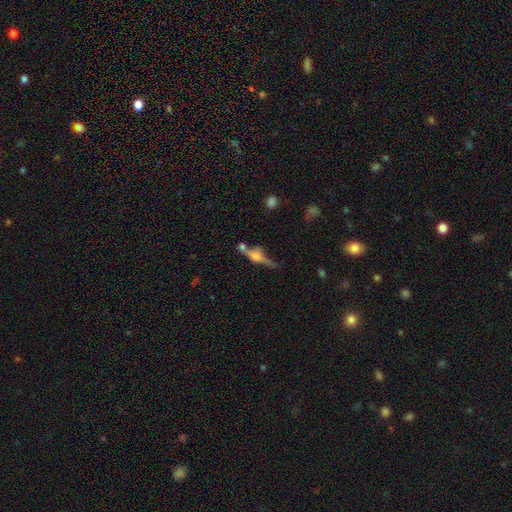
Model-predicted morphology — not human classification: A featured or disk galaxy (70%) viewed edge-on (93%) with a rounded central bulge (88%).

Vote fractions:
- Smooth or featured? featured or disk: 70% / smooth: 21% / star or artifact: 9%
- Edge-on disk? yes: 93% / no: 7%
- Edge-on bulge? rounded: 88% / boxy: 9% / none: 3%
- Merging? none: 61% / merger: 17% / minor disturbance: 16% / major disturbance: 7%